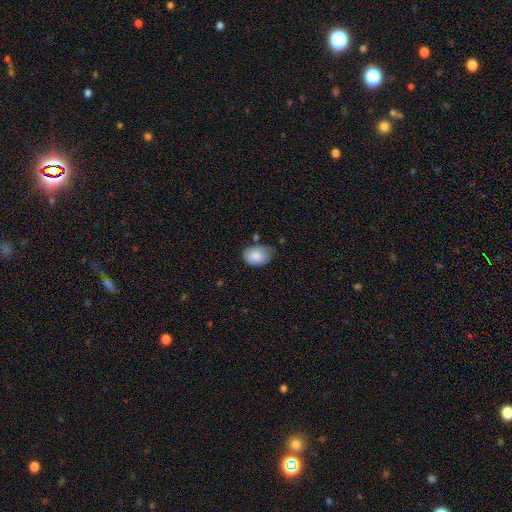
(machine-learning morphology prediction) Smooth or featured: smooth — 86% (featured or disk — 7%)
How rounded: in between — 78% (round — 21%)
Merging: none — 62% (minor disturbance — 29%)